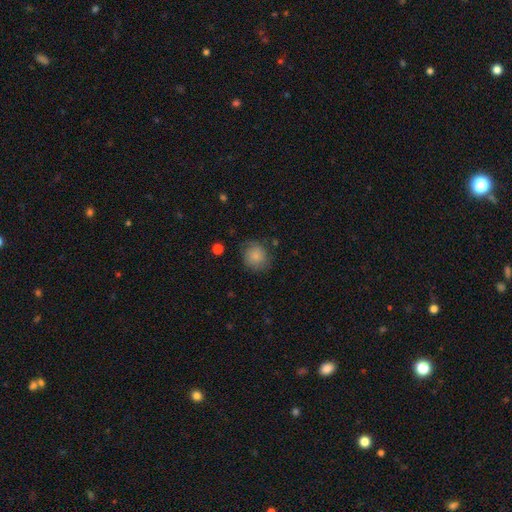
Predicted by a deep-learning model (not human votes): Smooth or featured? Predicted: smooth (p=0.82). How rounded? Predicted: round (p=0.83). Merging? Predicted: none (p=0.72).